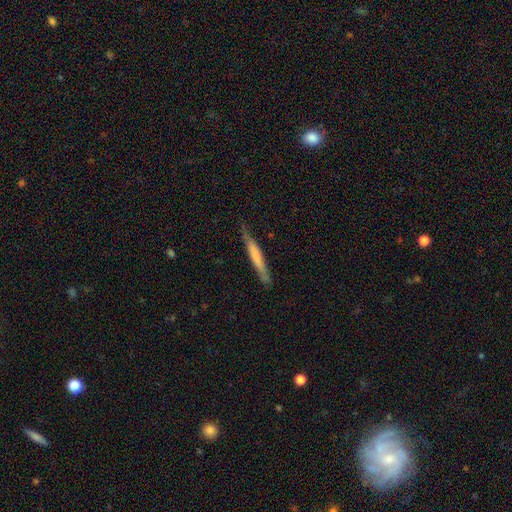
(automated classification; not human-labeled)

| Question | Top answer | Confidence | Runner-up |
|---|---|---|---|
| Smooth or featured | smooth | 57% | featured or disk (37%) |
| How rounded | cigar-shaped | 95% | in between (4%) |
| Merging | none | 77% | minor disturbance (18%) |